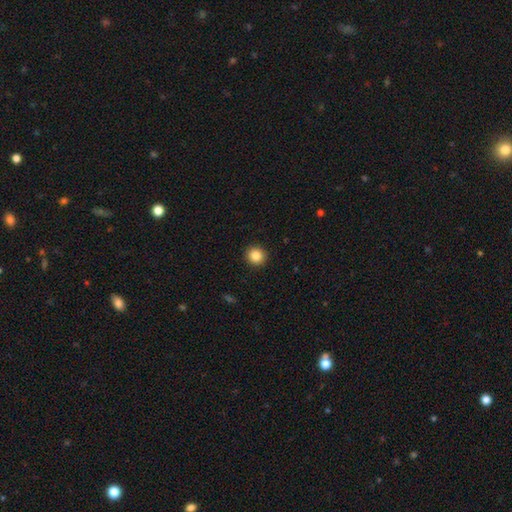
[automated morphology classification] type=smooth (85%); roundness=round (93%); merging=none (93%).